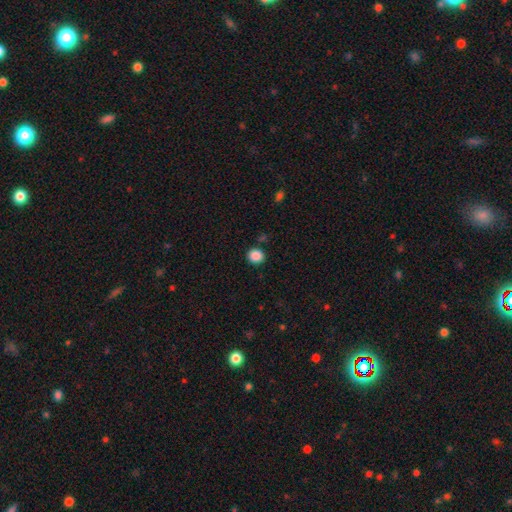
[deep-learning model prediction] This is clearly a smooth galaxy (88%). How rounded: clearly round (84%). Merging: clearly none (88%).